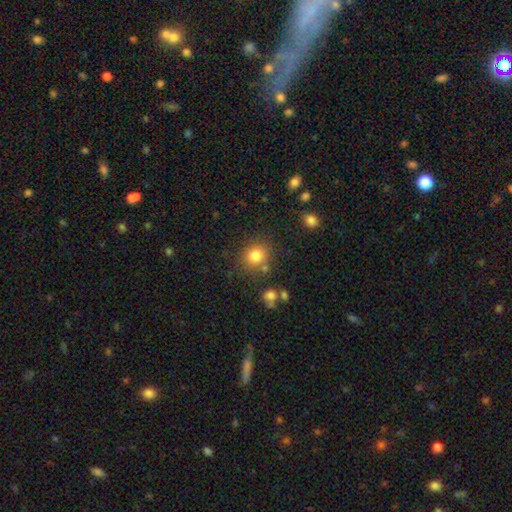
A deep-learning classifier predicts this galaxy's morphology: This appears to be a smooth galaxy with no disk features (81%) that is round (76%). Merging: none (73%).